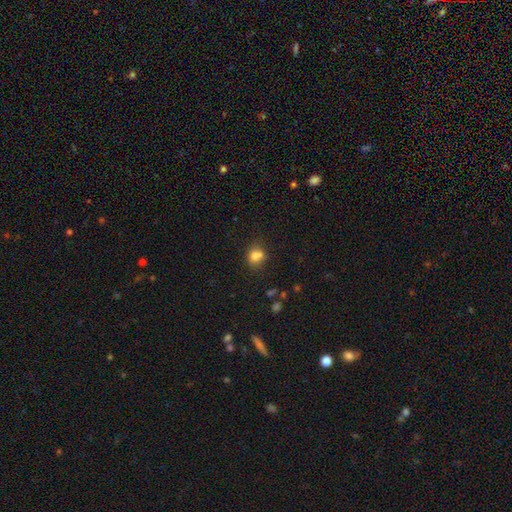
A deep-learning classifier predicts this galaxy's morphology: This is likely a smooth galaxy (75%). How rounded: likely round (67%). Merging: possibly none (46%).